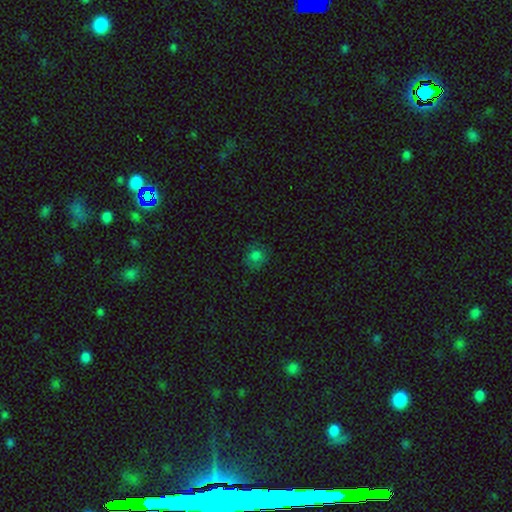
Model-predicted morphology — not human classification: Smooth or featured?
  - smooth: 75% *
  - star or artifact: 16%
  - featured or disk: 9%
How rounded?
  - round: 80% *
  - in between: 19%
  - cigar-shaped: 1%
Merging?
  - none: 75% *
  - minor disturbance: 17%
  - major disturbance: 6%
  - merger: 1%